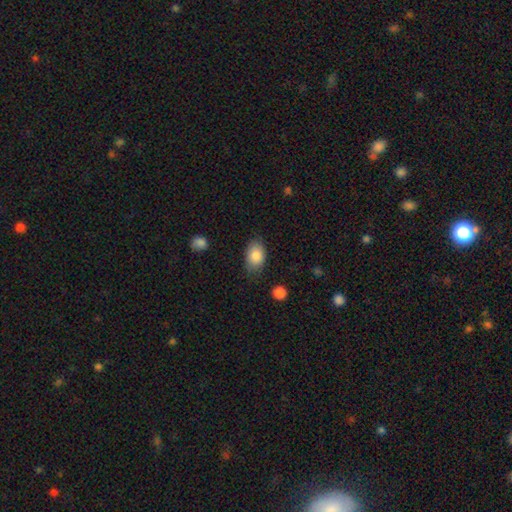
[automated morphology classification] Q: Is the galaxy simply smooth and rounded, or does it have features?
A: smooth — 86%.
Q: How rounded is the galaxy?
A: in between — 87%.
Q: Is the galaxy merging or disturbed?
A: none — 77%.